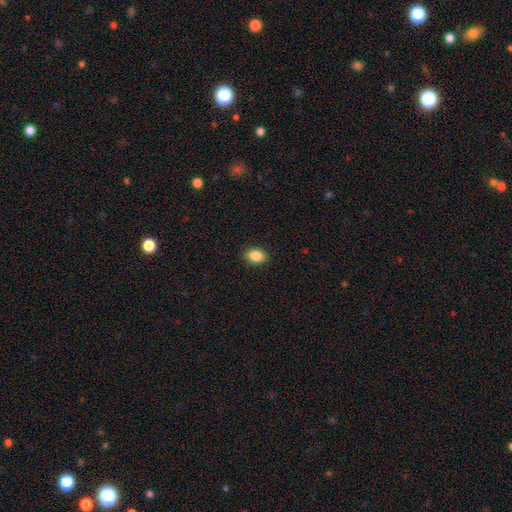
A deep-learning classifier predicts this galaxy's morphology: Smooth or featured?
  - smooth: 88% *
  - star or artifact: 8%
  - featured or disk: 4%
How rounded?
  - in between: 77% *
  - round: 21%
  - cigar-shaped: 1%
Merging?
  - none: 90% *
  - minor disturbance: 7%
  - major disturbance: 2%
  - merger: 1%